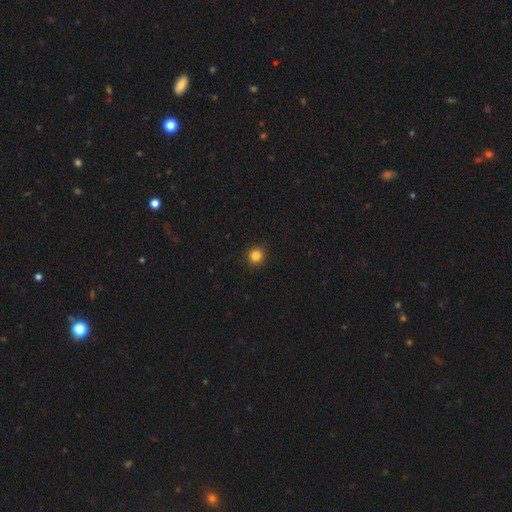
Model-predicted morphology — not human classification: Smooth or featured: smooth — 84% (star or artifact — 12%)
How rounded: round — 93% (in between — 6%)
Merging: none — 92% (minor disturbance — 5%)